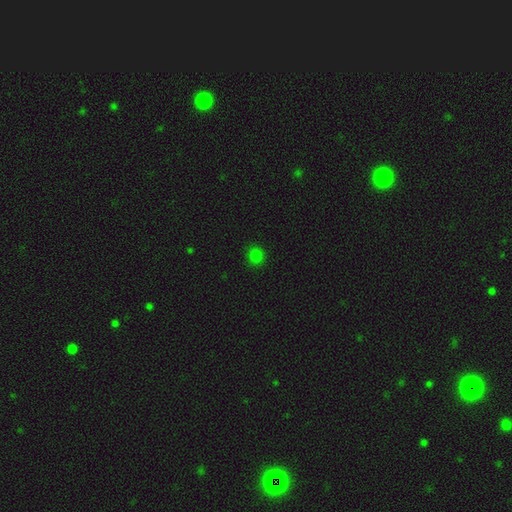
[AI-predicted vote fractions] smooth-or-featured: smooth: 80% | star or artifact: 16% | featured or disk: 3%
  how-rounded: round: 88% | in between: 11% | cigar-shaped: 1%
  merging: none: 90% | minor disturbance: 7% | major disturbance: 2% | merger: 1%